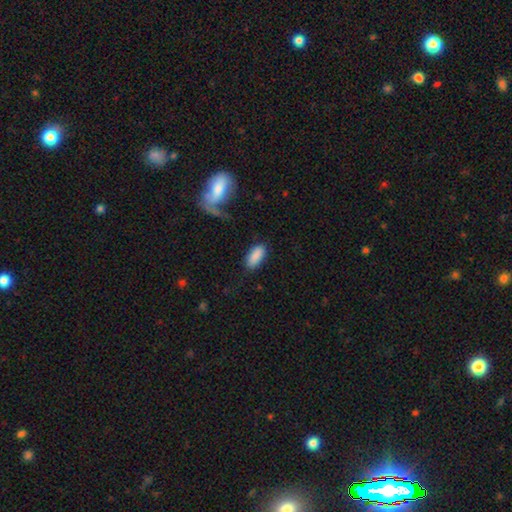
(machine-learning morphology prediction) type=smooth (87%); roundness=in between (88%); merging=none (78%).